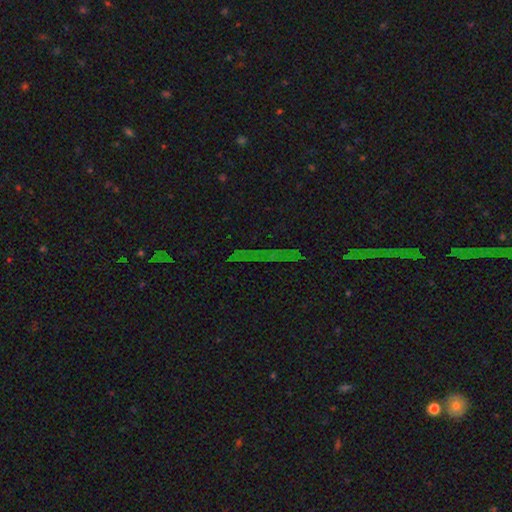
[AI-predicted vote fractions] A star or artifact, not a galaxy (79%).